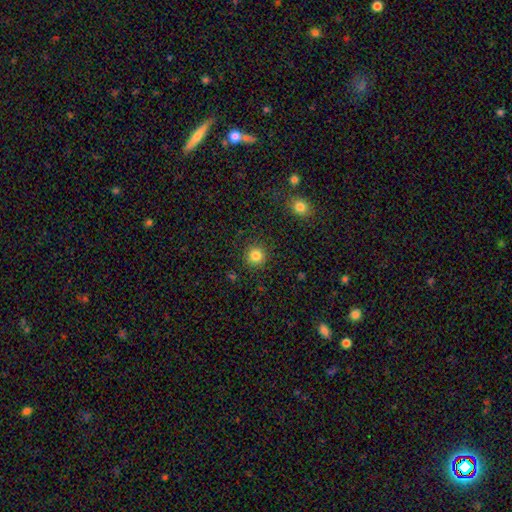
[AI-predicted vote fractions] Smooth or featured? smooth (84%)
How rounded? round (94%)
Merging? none (91%)